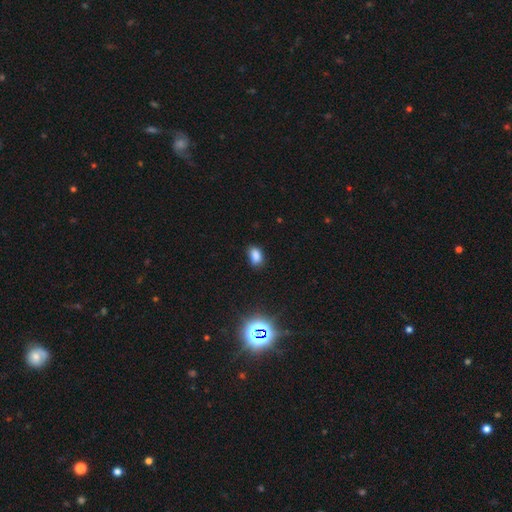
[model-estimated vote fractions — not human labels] This appears to be a smooth galaxy with no disk features (81%) that is in between round and cigar-shaped (86%). Merging: none (76%).